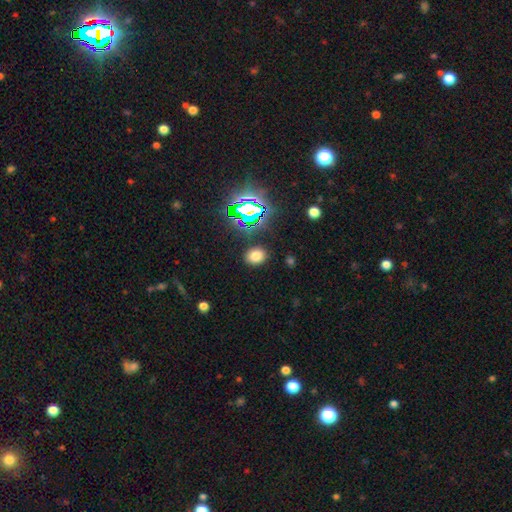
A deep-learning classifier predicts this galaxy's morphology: smooth 70%, star or artifact 23%, featured or disk 7%. Down the decision tree: how rounded — in between (58%); merging — none (87%).